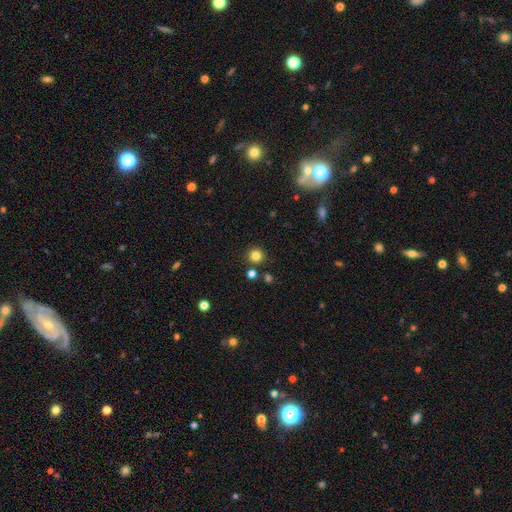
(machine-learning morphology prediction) This is clearly a smooth galaxy (82%). How rounded: clearly round (94%). Merging: clearly none (87%).